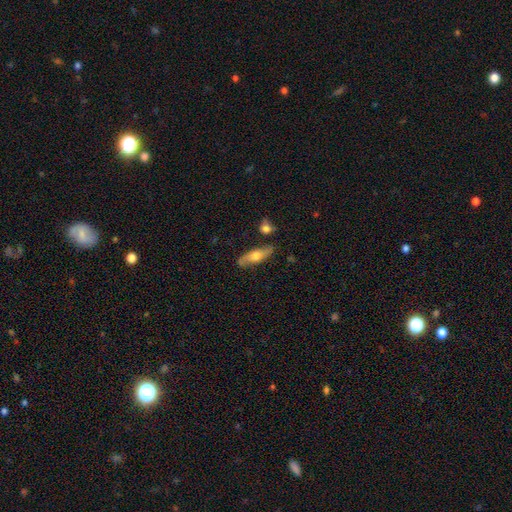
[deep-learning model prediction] smooth_or_featured: smooth (p=0.50) [alt: featured or disk p=0.44]
merging: none (p=0.76) [alt: minor disturbance p=0.15]